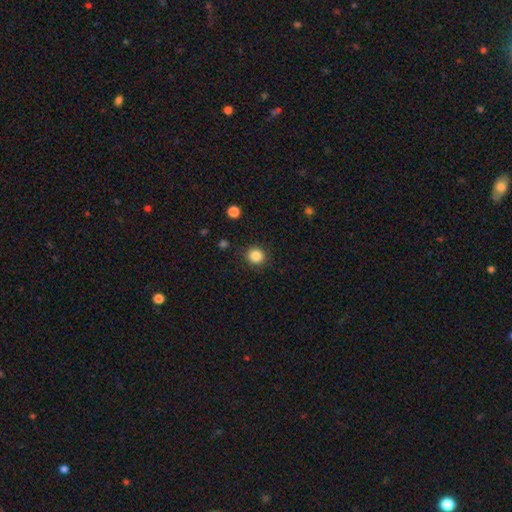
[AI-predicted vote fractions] Smooth or featured? smooth (85%)
How rounded? round (87%)
Merging? none (89%)